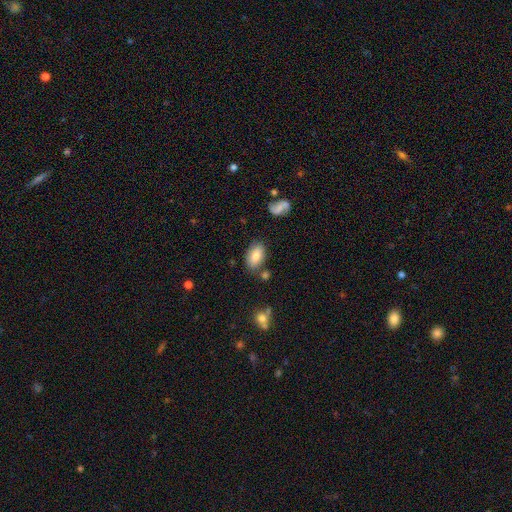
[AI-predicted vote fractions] Morphology: type=smooth (81%); roundness=in between (92%); merging=none (75%).